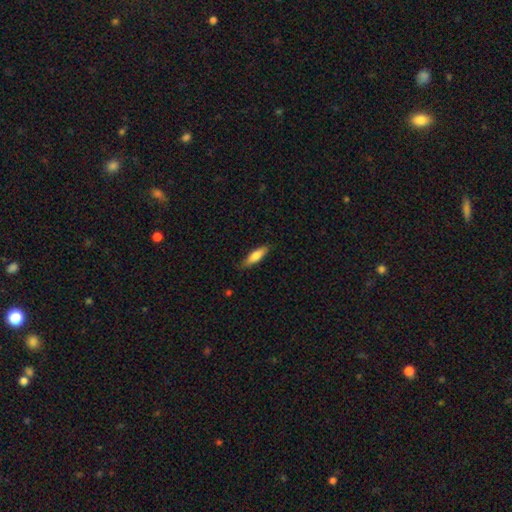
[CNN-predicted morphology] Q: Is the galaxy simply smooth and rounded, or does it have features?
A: smooth — 77%.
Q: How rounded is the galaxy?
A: cigar-shaped — 54%.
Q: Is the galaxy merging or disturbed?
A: none — 80%.